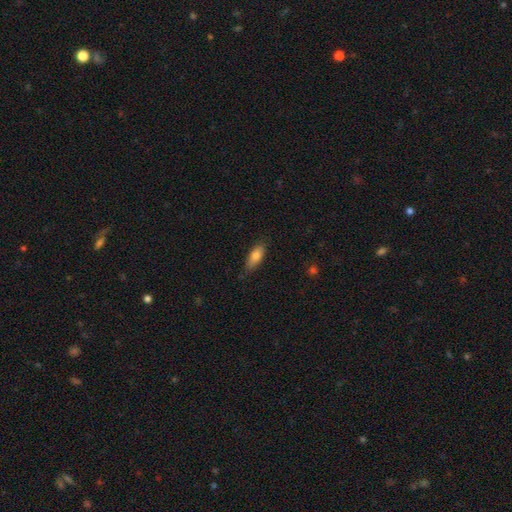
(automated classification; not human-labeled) Smooth or featured: smooth — 77% (featured or disk — 16%)
How rounded: in between — 70% (cigar-shaped — 27%)
Merging: none — 76% (minor disturbance — 20%)